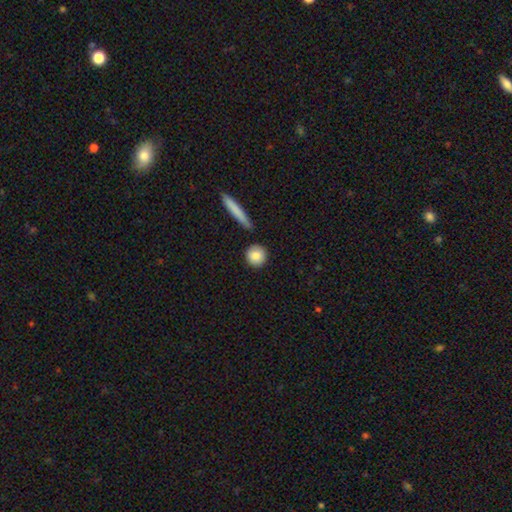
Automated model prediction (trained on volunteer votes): This appears to be a smooth galaxy with no disk features (84%) that is round (91%). Merging: none (87%).